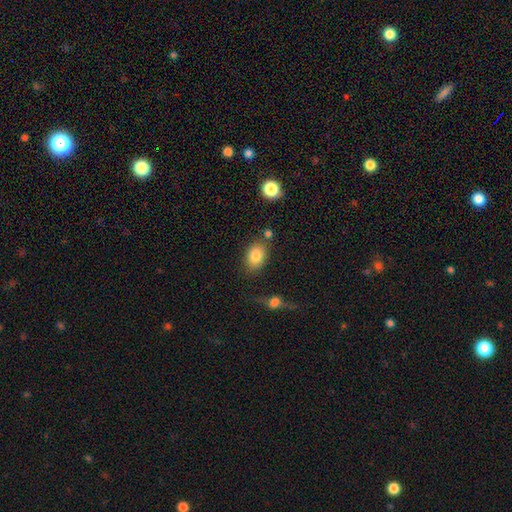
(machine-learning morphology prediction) smooth 83%, star or artifact 9%, featured or disk 8%. Down the decision tree: how rounded — in between (76%); merging — none (73%).